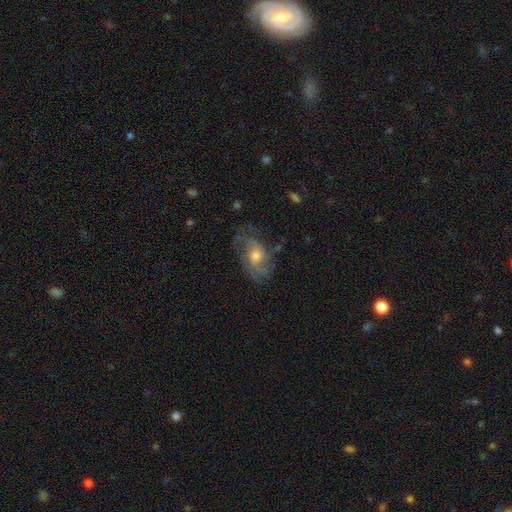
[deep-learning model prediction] This appears to be a featured or disk galaxy (73%) with no bar (67%), 2 (39%) medium (46%) spiral arms (87%) and a moderate central bulge (65%). Merging: none (63%).